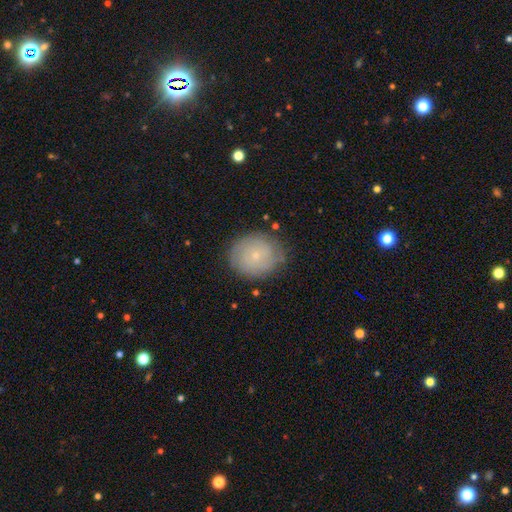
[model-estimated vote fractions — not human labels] smooth 50%, featured or disk 41%, star or artifact 9%. Down the decision tree: how rounded — round (74%); merging — none (78%).